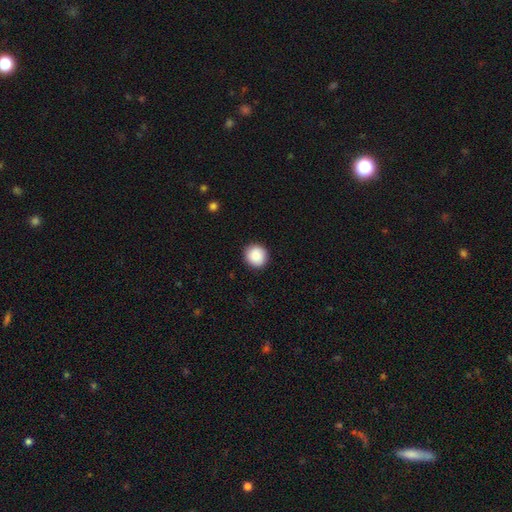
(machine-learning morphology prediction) Q: Smooth or featured?
A: smooth (86%); runner-up: star or artifact (8%)
Q: How rounded?
A: round (92%); runner-up: in between (7%)
Q: Merging?
A: none (91%); runner-up: minor disturbance (6%)